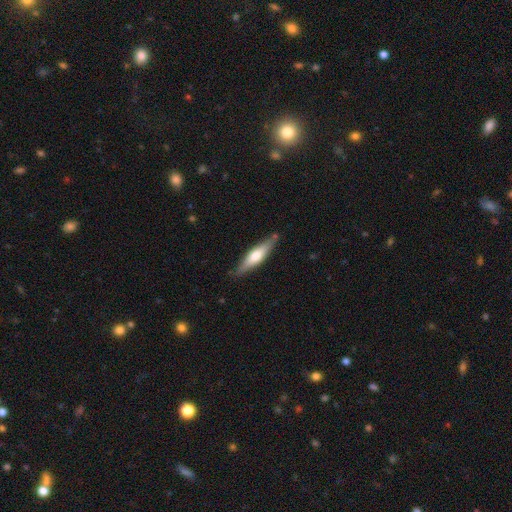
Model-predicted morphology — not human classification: A featured or disk galaxy (49%). Merging: none (82%).